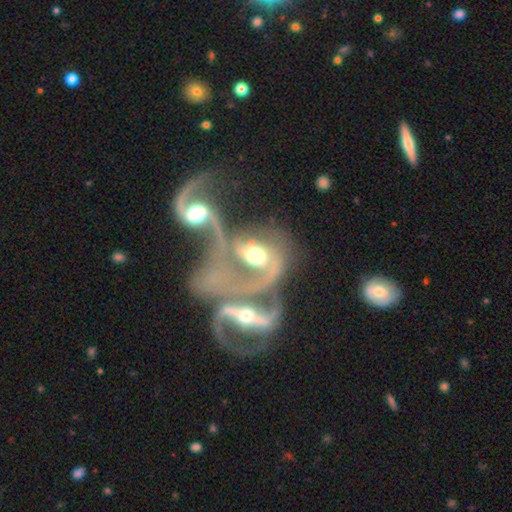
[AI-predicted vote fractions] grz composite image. It shows a featured or disk galaxy (75%) with no bar (41%), 2 (66%) loose (45%) spiral arms (85%) and a moderate central bulge (61%). Merging: merger (73%).